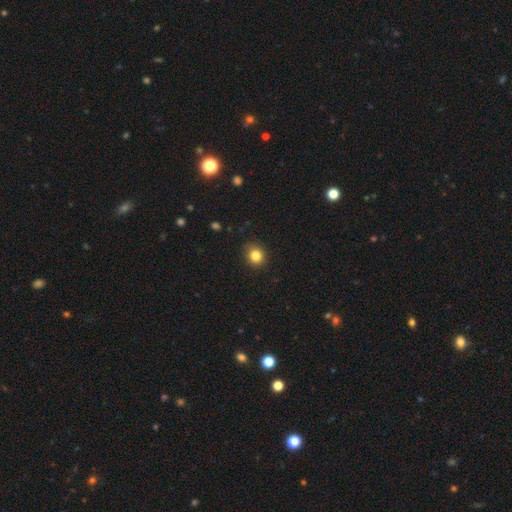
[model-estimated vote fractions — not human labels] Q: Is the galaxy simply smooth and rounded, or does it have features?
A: smooth — 84%.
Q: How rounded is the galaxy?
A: round — 84%.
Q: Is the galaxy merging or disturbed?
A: none — 87%.